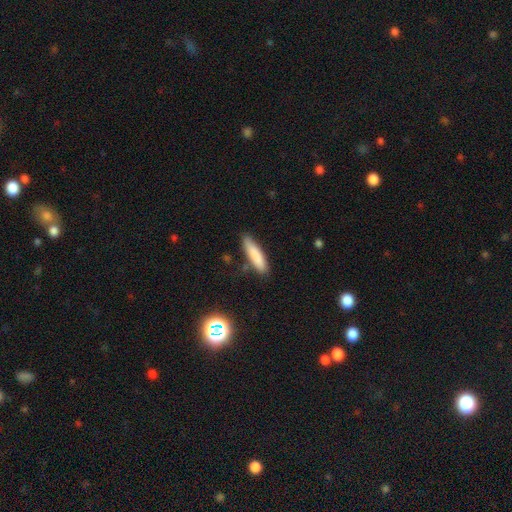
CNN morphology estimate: Q: Smooth or featured?
A: smooth (83%); runner-up: featured or disk (10%)
Q: How rounded?
A: cigar-shaped (76%); runner-up: in between (23%)
Q: Merging?
A: none (80%); runner-up: minor disturbance (14%)